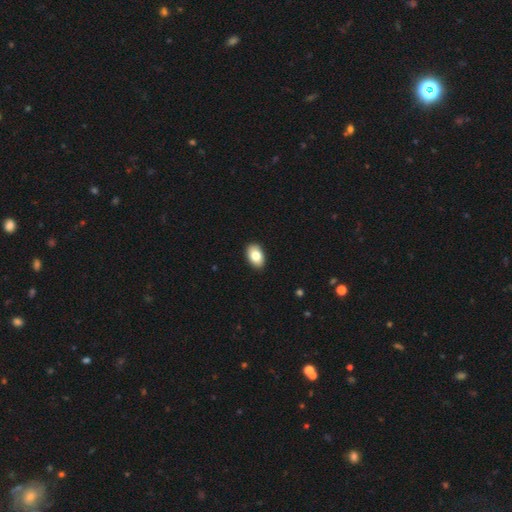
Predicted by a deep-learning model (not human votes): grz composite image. It shows a smooth galaxy with no disk features (82%) that is in between round and cigar-shaped (88%). Merging: none (90%).